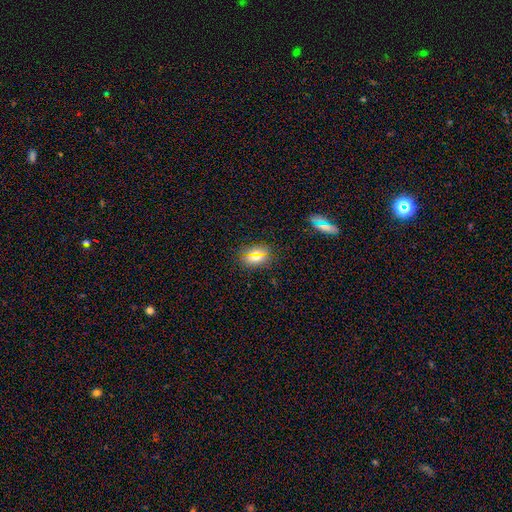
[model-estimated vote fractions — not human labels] Smooth or featured?
  - smooth: 66% *
  - star or artifact: 22%
  - featured or disk: 12%
How rounded?
  - in between: 70% *
  - round: 26%
  - cigar-shaped: 4%
Merging?
  - none: 86% *
  - minor disturbance: 10%
  - major disturbance: 3%
  - merger: 1%